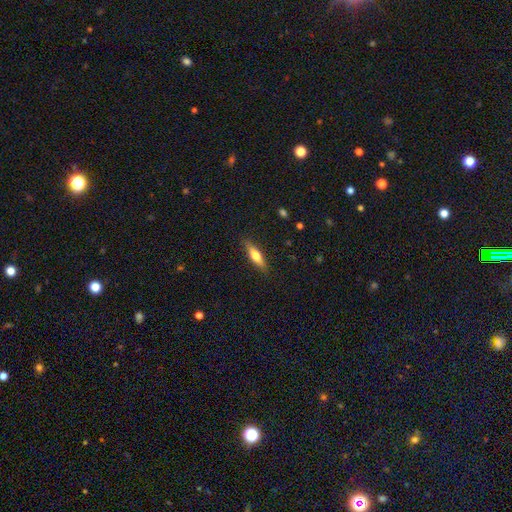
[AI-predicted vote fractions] This is possibly a smooth galaxy (57%). How rounded: likely cigar-shaped (66%). Merging: clearly none (87%).